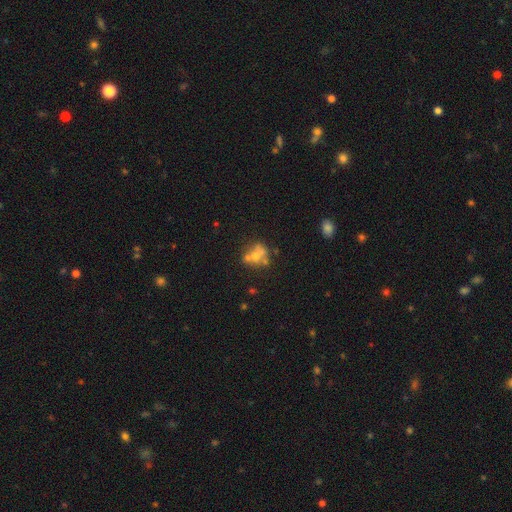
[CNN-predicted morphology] smooth 46%, featured or disk 39%, star or artifact 15%. Down the decision tree: merging — merger (37%, tied with none).